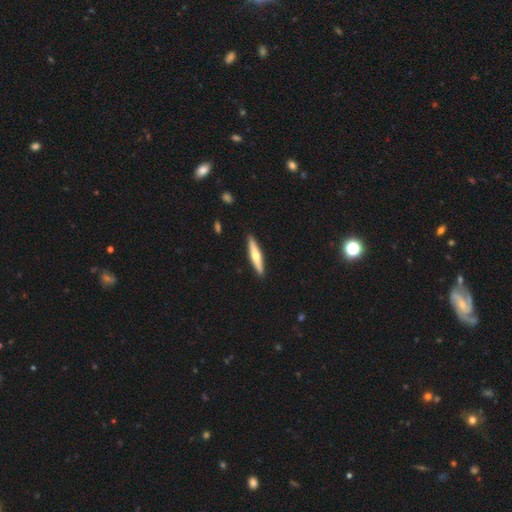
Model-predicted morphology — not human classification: Overall: featured or disk (50%; smooth 45%). Edge-on disk: yes (94%). Merging: none (91%).